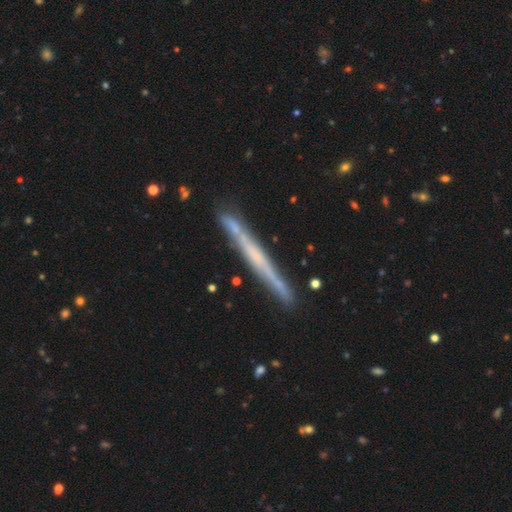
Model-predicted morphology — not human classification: A featured or disk galaxy (63%) viewed edge-on (97%) with no central bulge (78%).

Vote fractions:
- Smooth or featured? featured or disk: 63% / smooth: 30% / star or artifact: 6%
- Edge-on disk? yes: 97% / no: 3%
- Edge-on bulge? none: 78% / rounded: 15% / boxy: 7%
- Merging? none: 87% / minor disturbance: 9% / merger: 2% / major disturbance: 2%